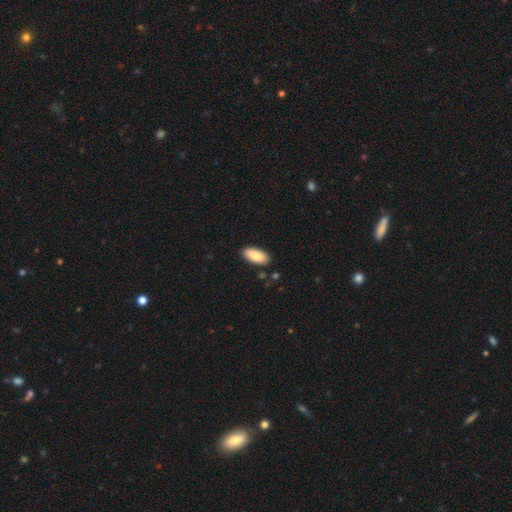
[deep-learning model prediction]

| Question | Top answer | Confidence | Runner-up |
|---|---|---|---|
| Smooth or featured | smooth | 87% | featured or disk (7%) |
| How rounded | in between | 92% | cigar-shaped (6%) |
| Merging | none | 86% | minor disturbance (10%) |